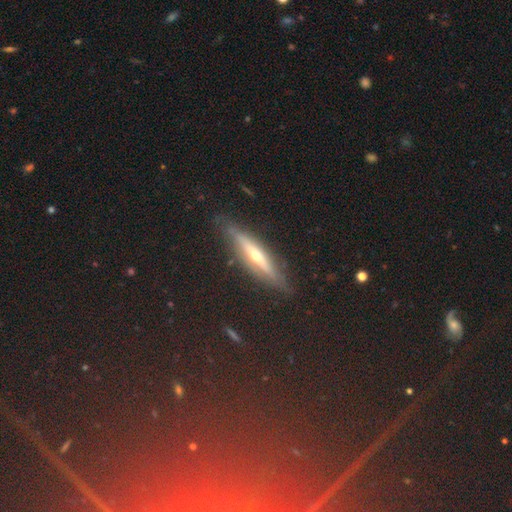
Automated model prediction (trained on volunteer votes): The model was most divided on "smooth or featured": featured or disk: 57%, star or artifact: 23%, smooth: 20%. More confident: edge-on disk — yes (86%); merging — none (85%).